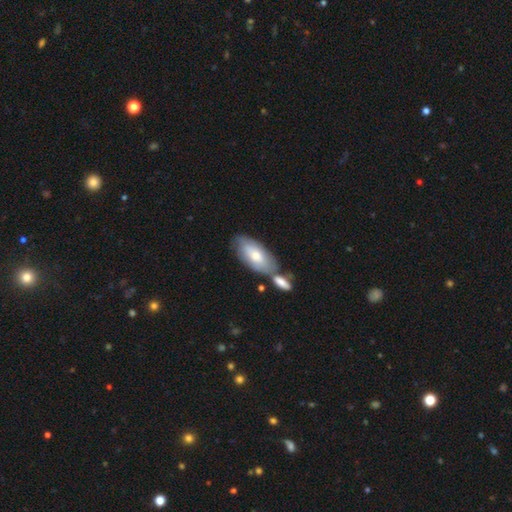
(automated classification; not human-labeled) Q: Smooth or featured?
A: smooth (64%); runner-up: featured or disk (30%)
Q: How rounded?
A: in between (88%); runner-up: cigar-shaped (10%)
Q: Merging?
A: none (51%); runner-up: merger (30%)